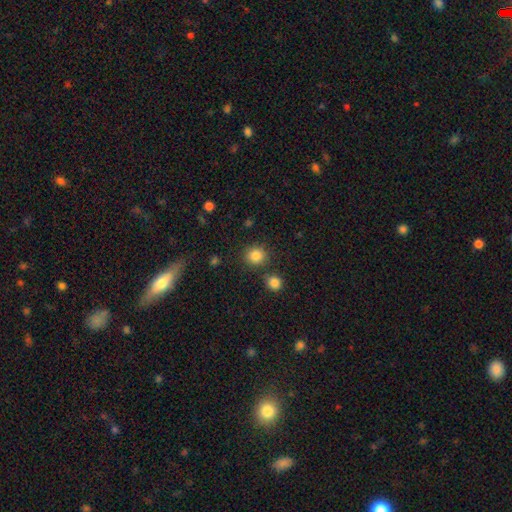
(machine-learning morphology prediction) This appears to be a smooth galaxy with no disk features (85%) that is round (87%). Merging: none (80%).